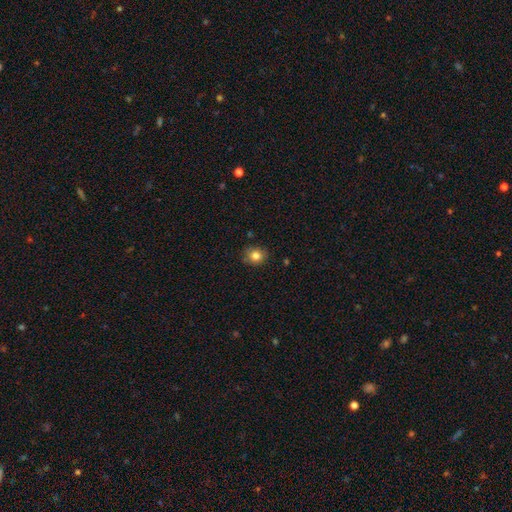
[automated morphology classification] smooth-or-featured: smooth: 82% | star or artifact: 11% | featured or disk: 8%
  how-rounded: round: 75% | in between: 24% | cigar-shaped: 1%
  merging: none: 83% | minor disturbance: 13% | major disturbance: 2% | merger: 2%